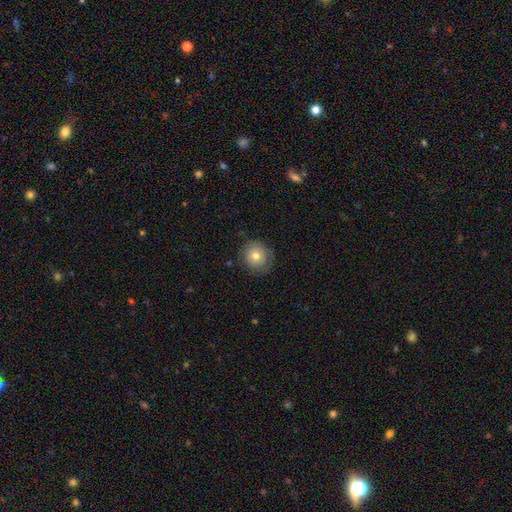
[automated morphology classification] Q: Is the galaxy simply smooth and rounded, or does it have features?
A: smooth — 72%.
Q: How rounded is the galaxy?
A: round — 87%.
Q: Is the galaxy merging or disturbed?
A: none — 77%.